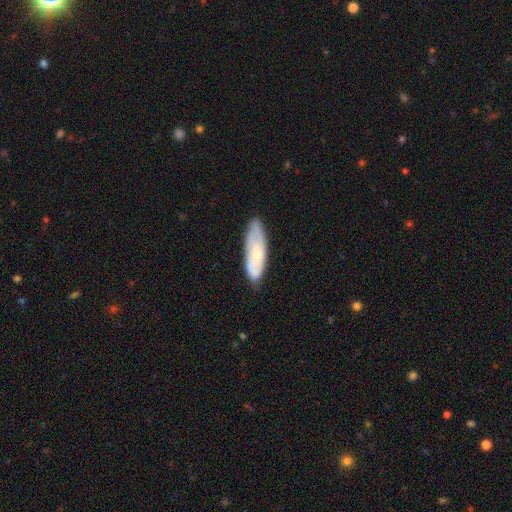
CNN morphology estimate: This appears to be a smooth galaxy with no disk features (56%) that is cigar-shaped (50%). Merging: none (75%).